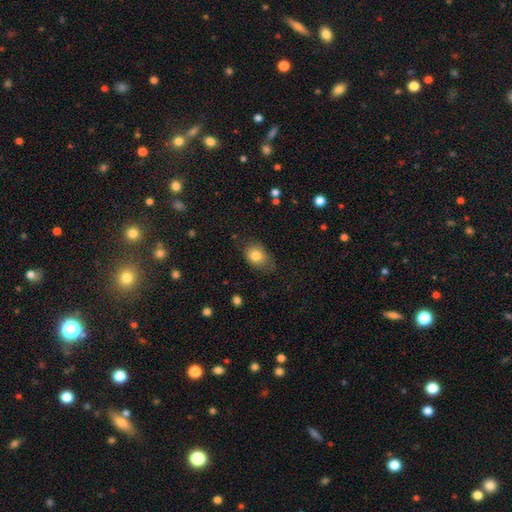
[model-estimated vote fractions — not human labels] Smooth or featured?
  - smooth: 81% *
  - star or artifact: 9%
  - featured or disk: 9%
How rounded?
  - in between: 61% *
  - round: 37%
  - cigar-shaped: 1%
Merging?
  - none: 62% *
  - minor disturbance: 29%
  - major disturbance: 8%
  - merger: 1%